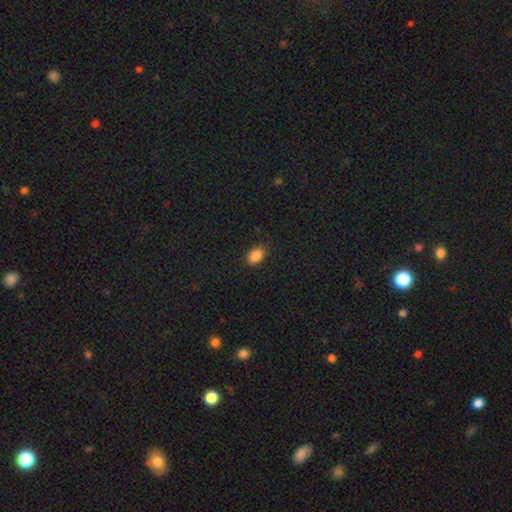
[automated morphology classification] smooth-or-featured: smooth: 87% | star or artifact: 9% | featured or disk: 4%
  how-rounded: in between: 86% | round: 12% | cigar-shaped: 1%
  merging: none: 86% | minor disturbance: 10% | major disturbance: 2% | merger: 1%